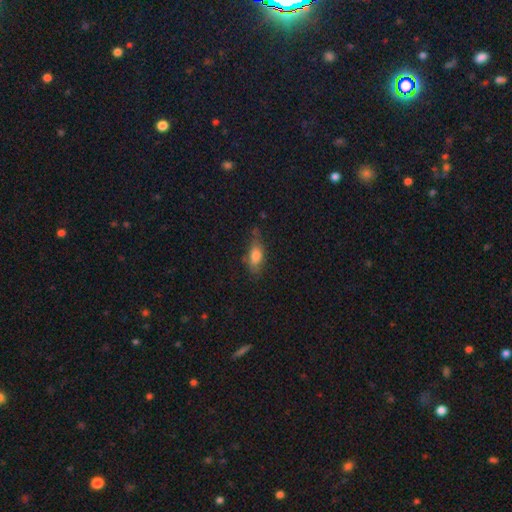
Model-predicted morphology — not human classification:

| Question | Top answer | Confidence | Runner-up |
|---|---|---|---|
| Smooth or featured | smooth | 74% | featured or disk (18%) |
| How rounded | in between | 76% | cigar-shaped (18%) |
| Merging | none | 60% | minor disturbance (28%) |